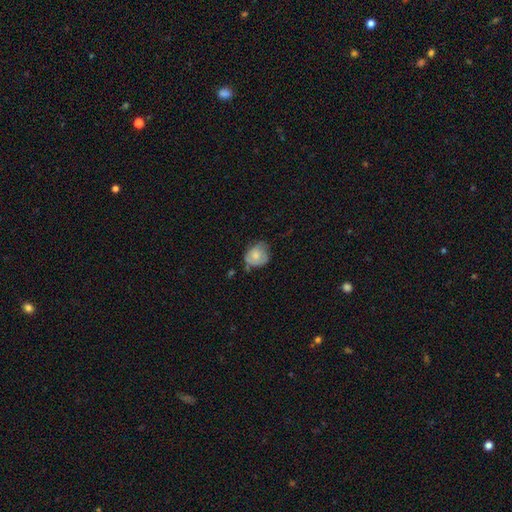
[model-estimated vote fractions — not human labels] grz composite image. It shows a smooth galaxy with no disk features (67%) that is round (61%). Merging: none (45%).